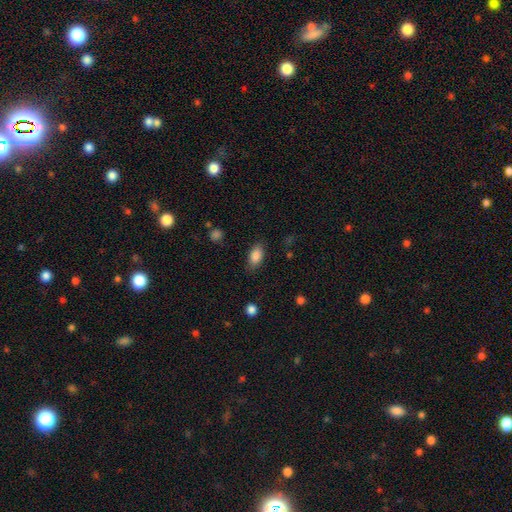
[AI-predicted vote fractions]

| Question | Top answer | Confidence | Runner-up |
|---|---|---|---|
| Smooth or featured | smooth | 86% | star or artifact (8%) |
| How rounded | in between | 90% | cigar-shaped (5%) |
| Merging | none | 82% | minor disturbance (13%) |